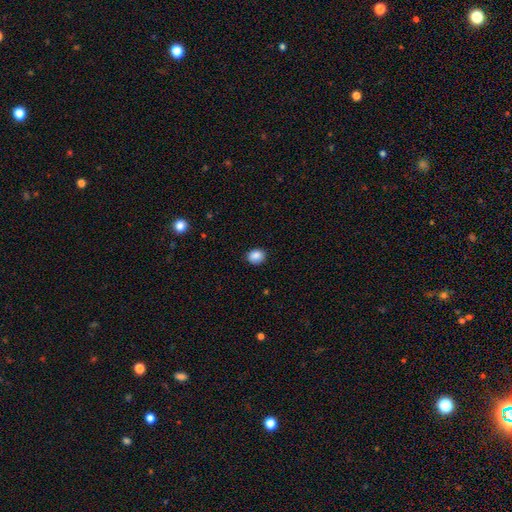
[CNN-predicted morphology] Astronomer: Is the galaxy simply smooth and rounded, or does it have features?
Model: smooth — 88%.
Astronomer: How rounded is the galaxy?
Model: round — 53% (runner-up: in between, 46%).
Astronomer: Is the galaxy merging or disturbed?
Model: none — 89%.